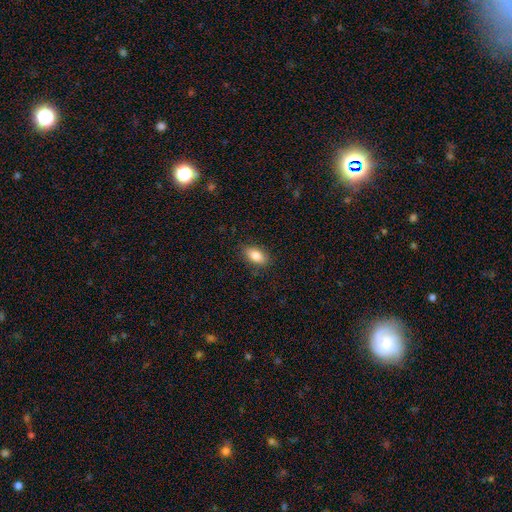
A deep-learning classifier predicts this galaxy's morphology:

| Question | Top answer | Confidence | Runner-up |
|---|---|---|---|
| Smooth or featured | smooth | 84% | featured or disk (9%) |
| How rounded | in between | 88% | cigar-shaped (7%) |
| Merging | none | 86% | minor disturbance (10%) |